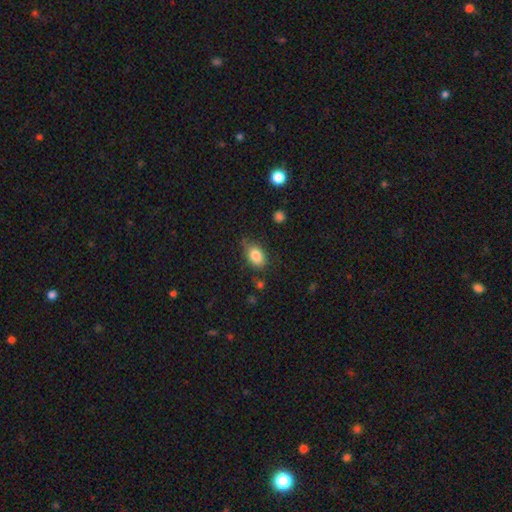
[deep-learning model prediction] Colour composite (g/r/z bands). It shows a smooth galaxy with no disk features (84%) that is in between round and cigar-shaped (83%). Merging: none (71%).